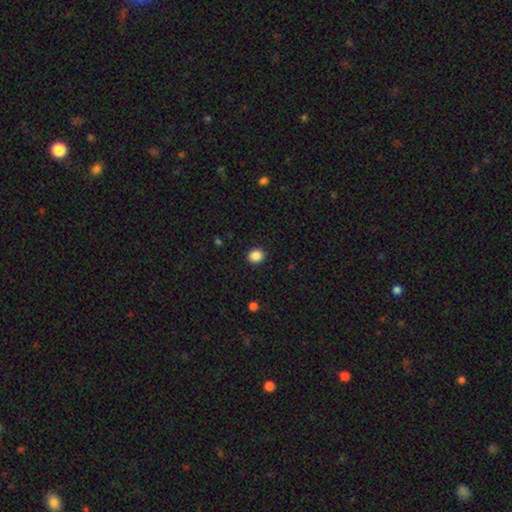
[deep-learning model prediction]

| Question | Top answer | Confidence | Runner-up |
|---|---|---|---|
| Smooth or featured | smooth | 87% | star or artifact (10%) |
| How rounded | round | 75% | in between (24%) |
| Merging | none | 91% | minor disturbance (6%) |